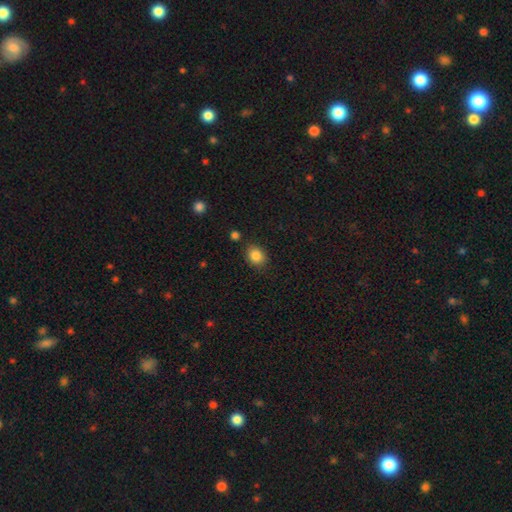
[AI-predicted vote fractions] Morphology: type=smooth (85%); roundness=round (51%); merging=none (82%).